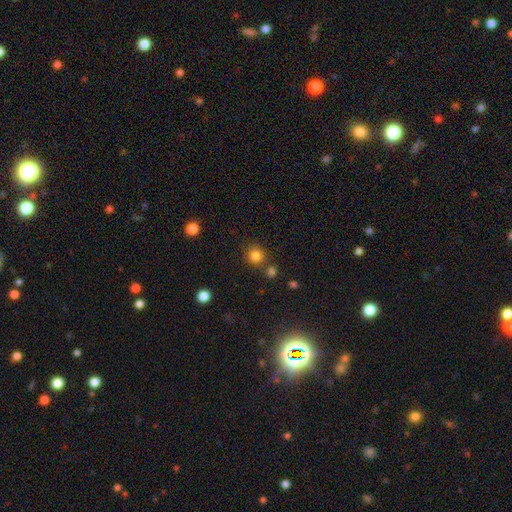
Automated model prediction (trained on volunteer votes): Smooth or featured: smooth — 82% (star or artifact — 13%)
How rounded: round — 88% (in between — 11%)
Merging: none — 74% (merger — 12%)